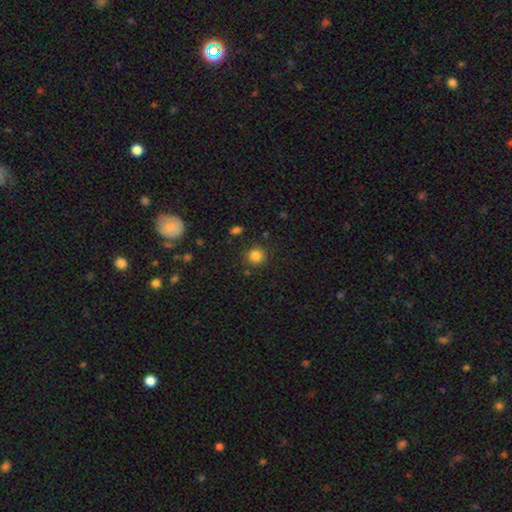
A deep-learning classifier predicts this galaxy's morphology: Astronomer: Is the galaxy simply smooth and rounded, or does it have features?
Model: smooth — 84%.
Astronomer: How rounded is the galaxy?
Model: round — 91%.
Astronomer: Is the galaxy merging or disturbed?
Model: none — 86%.